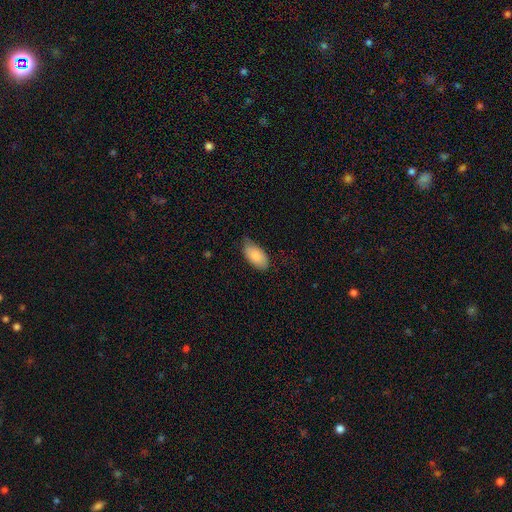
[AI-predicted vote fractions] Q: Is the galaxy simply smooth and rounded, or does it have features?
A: smooth — 86%.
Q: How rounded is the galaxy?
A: in between — 95%.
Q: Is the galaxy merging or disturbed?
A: none — 69%.